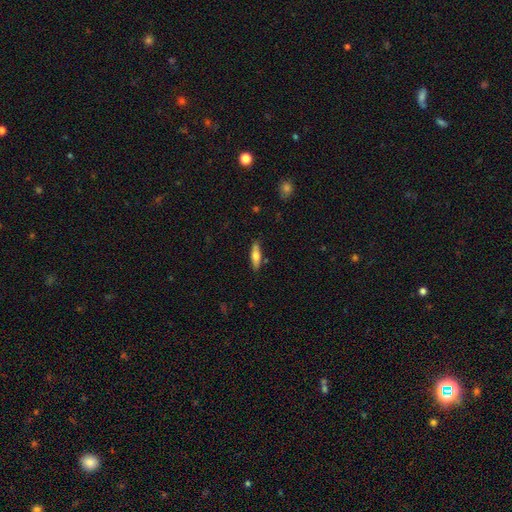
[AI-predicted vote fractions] Overall: smooth (65%; featured or disk 29%). How rounded: cigar-shaped (62%; in between 36%). Merging: none (84%).